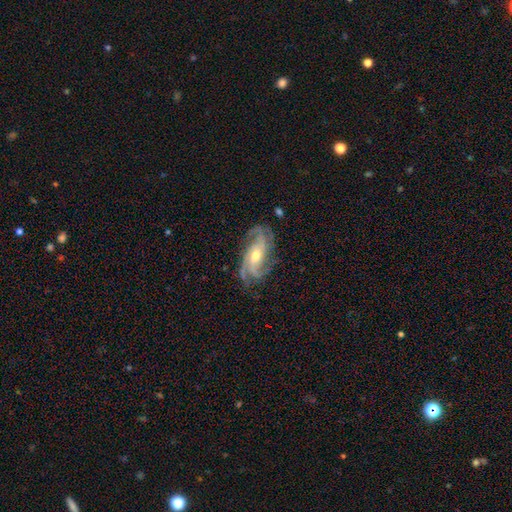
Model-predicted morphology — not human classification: This appears to be a featured or disk galaxy (90%) with no bar (49%), 3 (40%) tight (45%) spiral arms (98%) and a moderate central bulge (63%). Merging: none (75%).